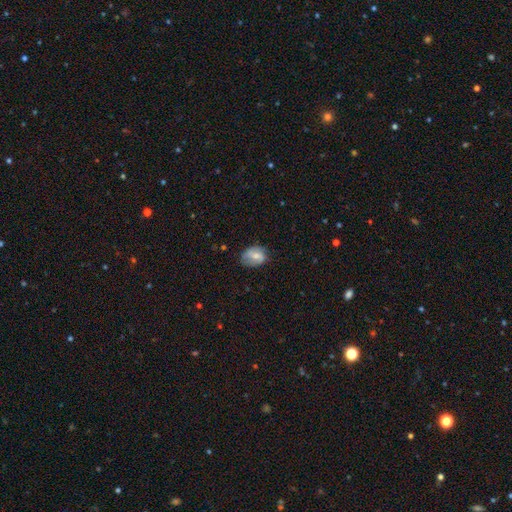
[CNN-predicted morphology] smooth 56%, featured or disk 36%, star or artifact 8%. Down the decision tree: how rounded — in between (66%); merging — none (59%).